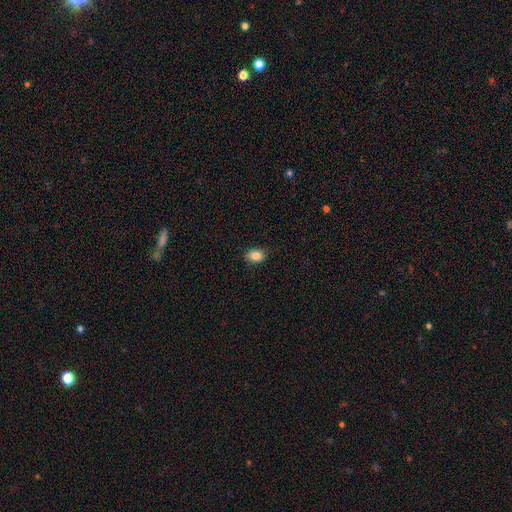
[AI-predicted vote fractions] smooth_or_featured: smooth (p=0.86) [alt: star or artifact p=0.09]
how_rounded: in between (p=0.59) [alt: round p=0.40]
merging: none (p=0.84) [alt: minor disturbance p=0.13]